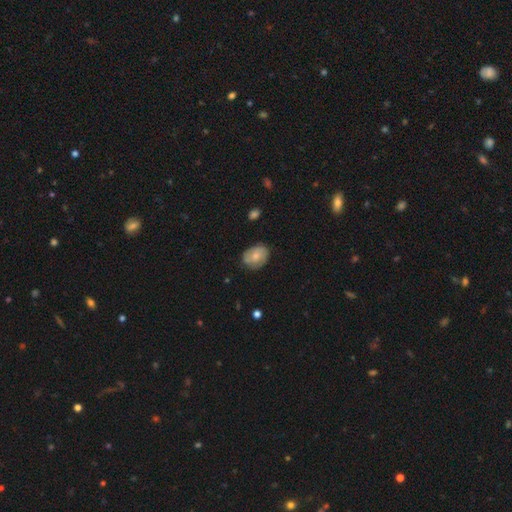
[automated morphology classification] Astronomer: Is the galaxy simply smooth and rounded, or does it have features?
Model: smooth — 59% (runner-up: featured or disk, 34%).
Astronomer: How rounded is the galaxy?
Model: in between — 61% (runner-up: round, 38%).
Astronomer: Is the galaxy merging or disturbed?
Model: none — 75%.